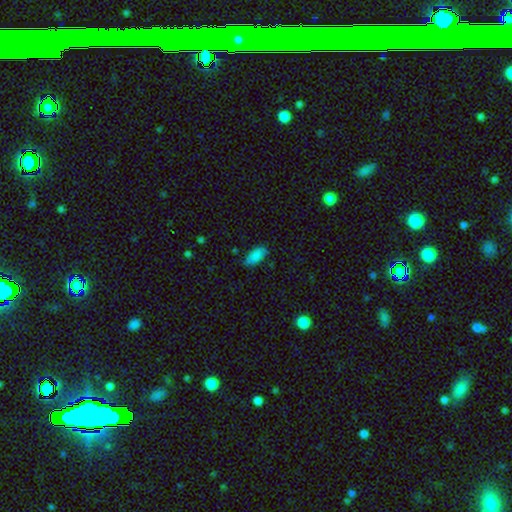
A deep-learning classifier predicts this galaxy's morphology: smooth_or_featured: smooth (p=0.86) [alt: star or artifact p=0.08]
how_rounded: in between (p=0.91) [alt: cigar-shaped p=0.07]
merging: none (p=0.77) [alt: minor disturbance p=0.19]